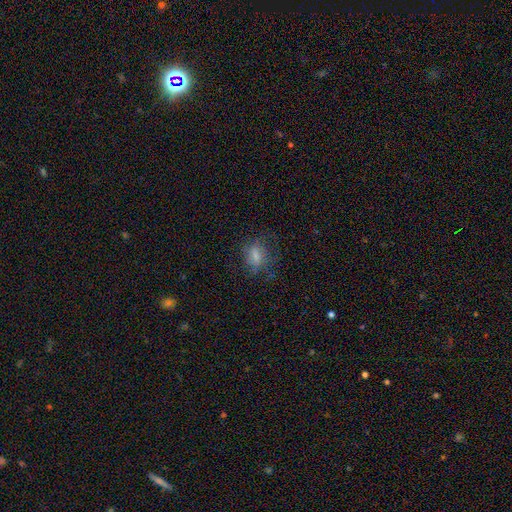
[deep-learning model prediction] Morphology: type=smooth (58%); roundness=in between (60%); merging=none (54%).